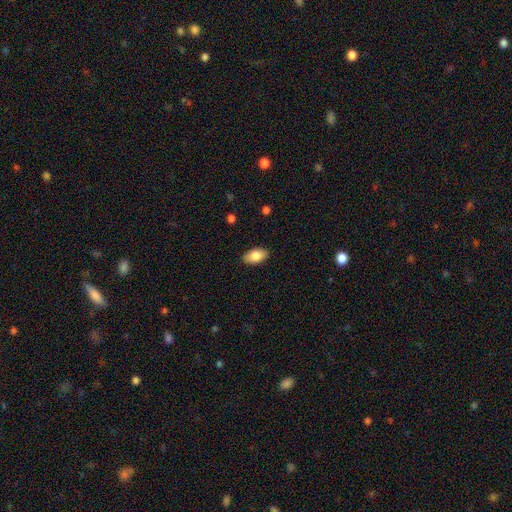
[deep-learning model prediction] Smooth or featured? smooth (84%)
How rounded? in between (93%)
Merging? none (88%)